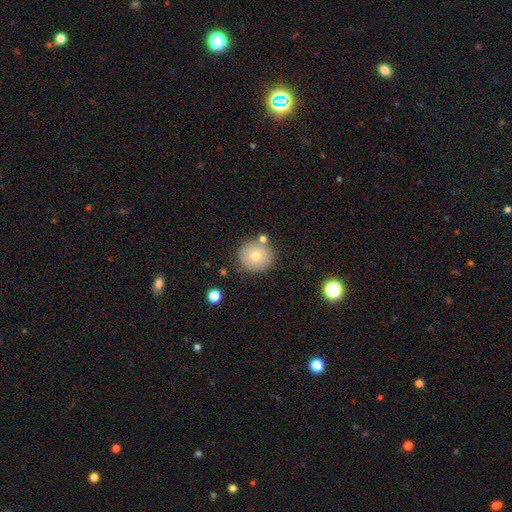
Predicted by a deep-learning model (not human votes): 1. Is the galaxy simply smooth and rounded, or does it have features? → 75% smooth, 14% featured or disk, 11% star or artifact.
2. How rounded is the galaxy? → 93% round, 6% in between, 1% cigar-shaped.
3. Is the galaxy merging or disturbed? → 80% none, 10% minor disturbance, 8% merger, 3% major disturbance.